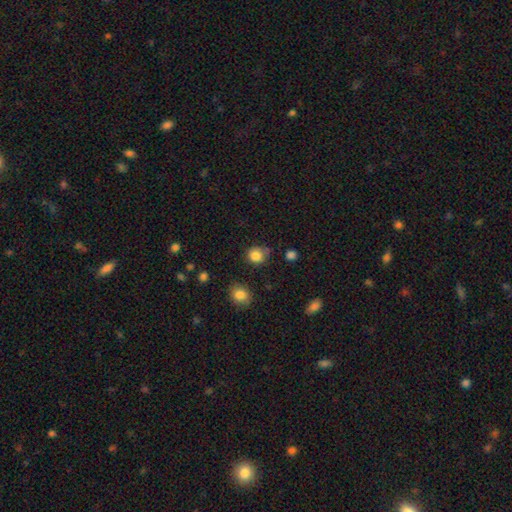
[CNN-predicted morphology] A smooth galaxy with no disk features (83%) that is round (82%).

Vote fractions:
- Smooth or featured? smooth: 83% / star or artifact: 11% / featured or disk: 5%
- How rounded? round: 82% / in between: 17% / cigar-shaped: 1%
- Merging? none: 66% / minor disturbance: 24% / major disturbance: 6% / merger: 4%